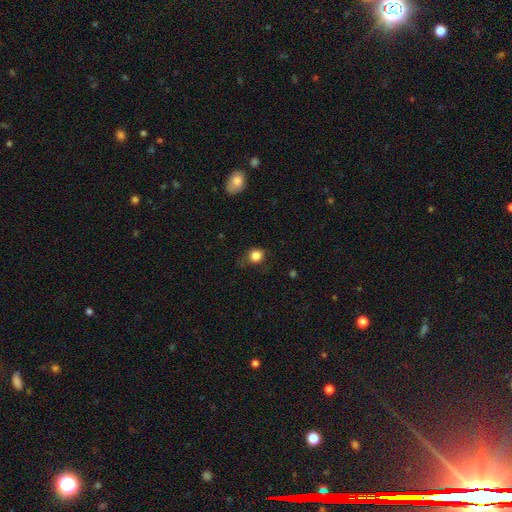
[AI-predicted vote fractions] smooth-or-featured: smooth: 84% | star or artifact: 11% | featured or disk: 5%
  how-rounded: round: 78% | in between: 21% | cigar-shaped: 1%
  merging: none: 68% | minor disturbance: 23% | major disturbance: 8% | merger: 1%